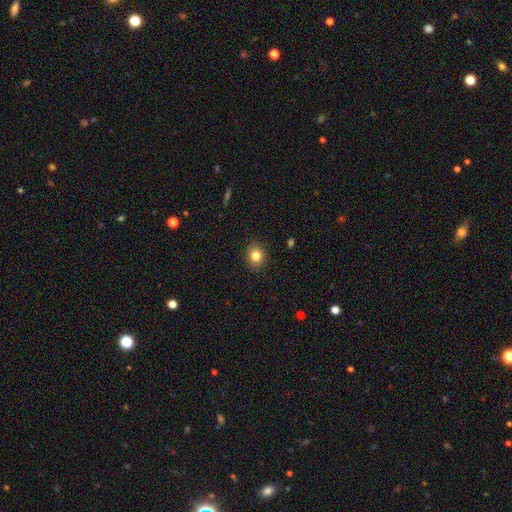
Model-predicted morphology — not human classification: A smooth galaxy with no disk features (82%) that is round (69%).

Vote fractions:
- Smooth or featured? smooth: 82% / star or artifact: 11% / featured or disk: 7%
- How rounded? round: 69% / in between: 30% / cigar-shaped: 1%
- Merging? none: 90% / minor disturbance: 7% / major disturbance: 2% / merger: 1%